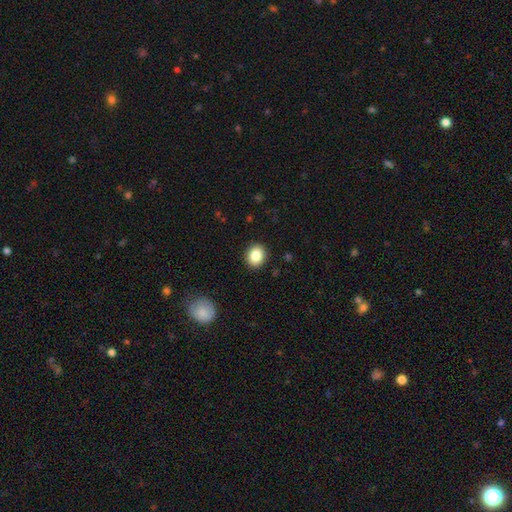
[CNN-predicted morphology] Smooth or featured: smooth — 85% (star or artifact — 9%)
How rounded: round — 70% (in between — 29%)
Merging: none — 91% (minor disturbance — 6%)